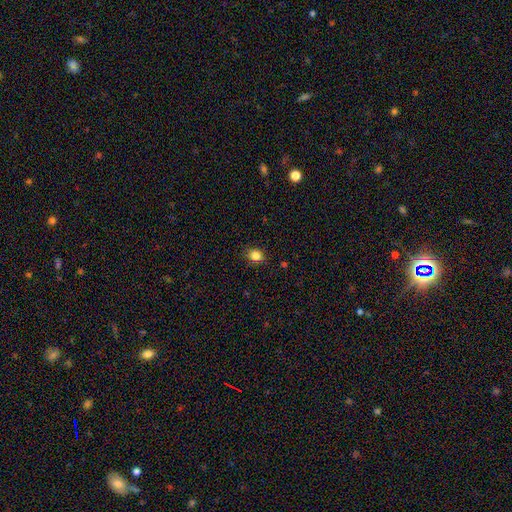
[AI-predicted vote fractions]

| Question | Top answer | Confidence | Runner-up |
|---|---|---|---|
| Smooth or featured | smooth | 82% | star or artifact (12%) |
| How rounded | round | 51% | in between (47%) |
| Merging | none | 84% | minor disturbance (12%) |